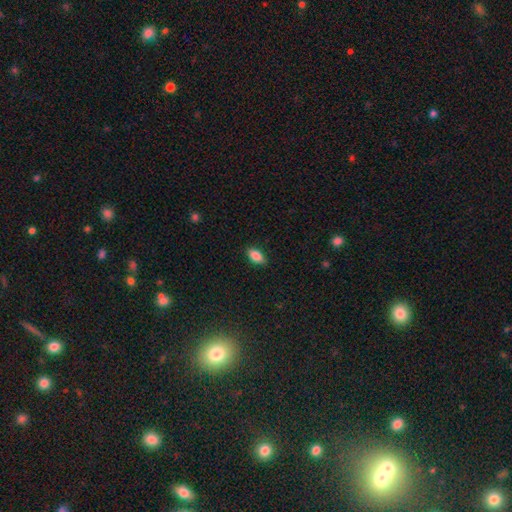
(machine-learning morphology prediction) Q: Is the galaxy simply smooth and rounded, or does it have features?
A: smooth — 86%.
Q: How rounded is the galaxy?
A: in between — 90%.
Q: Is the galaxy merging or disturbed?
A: none — 86%.